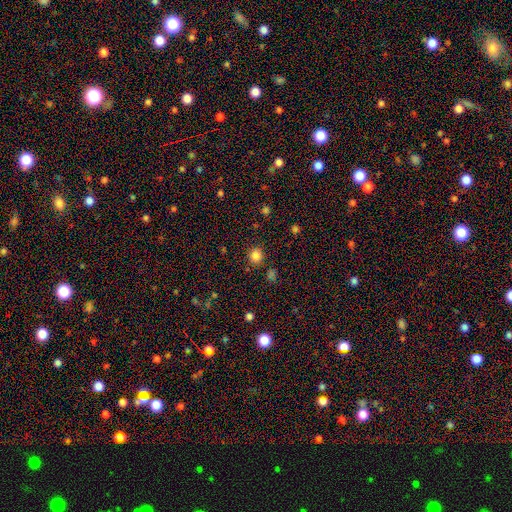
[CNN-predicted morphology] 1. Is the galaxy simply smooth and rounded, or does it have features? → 83% smooth, 13% star or artifact, 4% featured or disk.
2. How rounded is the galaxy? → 90% round, 9% in between, 1% cigar-shaped.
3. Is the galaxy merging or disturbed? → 88% none, 7% minor disturbance, 3% major disturbance, 3% merger.